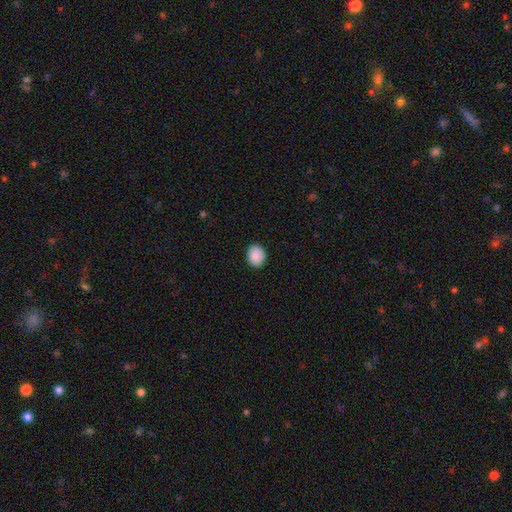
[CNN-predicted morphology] smooth-or-featured: smooth: 90% | star or artifact: 7% | featured or disk: 3%
  how-rounded: round: 55% | in between: 44% | cigar-shaped: 1%
  merging: none: 90% | minor disturbance: 8% | major disturbance: 2% | merger: 1%